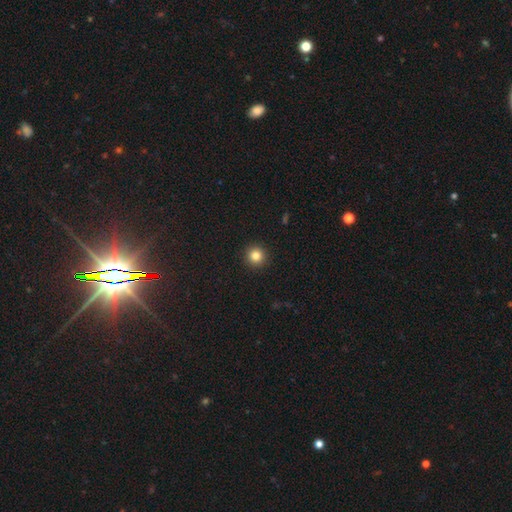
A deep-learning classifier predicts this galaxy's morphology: Smooth or featured: smooth — 84% (star or artifact — 11%)
How rounded: round — 95% (in between — 4%)
Merging: none — 93% (minor disturbance — 4%)